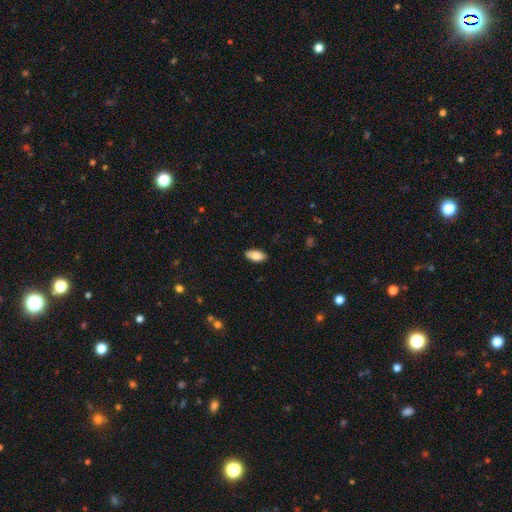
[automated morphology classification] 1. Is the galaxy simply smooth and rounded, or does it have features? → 84% smooth, 9% featured or disk, 7% star or artifact.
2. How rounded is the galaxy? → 93% in between, 5% cigar-shaped, 2% round.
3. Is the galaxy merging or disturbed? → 88% none, 10% minor disturbance, 2% major disturbance, 1% merger.